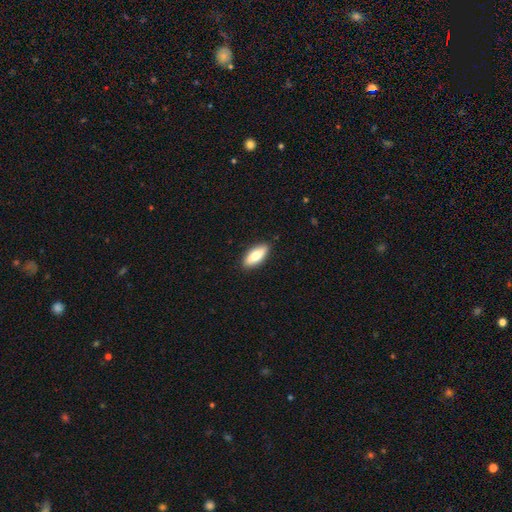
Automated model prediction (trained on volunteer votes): This appears to be a smooth galaxy with no disk features (77%) that is in between round and cigar-shaped (79%). Merging: none (87%).